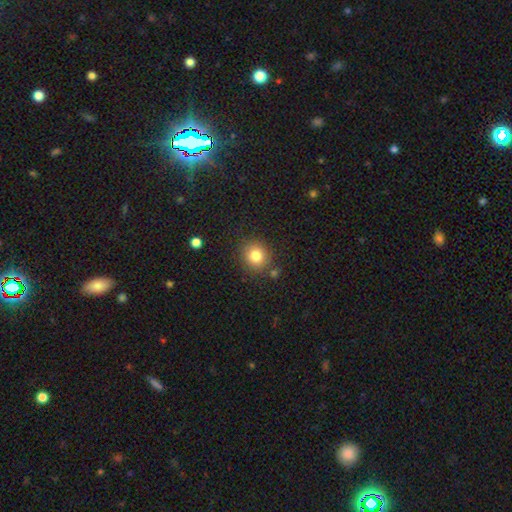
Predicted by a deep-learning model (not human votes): A smooth galaxy with no disk features (82%) that is round (84%).

Vote fractions:
- Smooth or featured? smooth: 82% / star or artifact: 11% / featured or disk: 7%
- How rounded? round: 84% / in between: 16% / cigar-shaped: 1%
- Merging? none: 82% / minor disturbance: 10% / merger: 5% / major disturbance: 3%